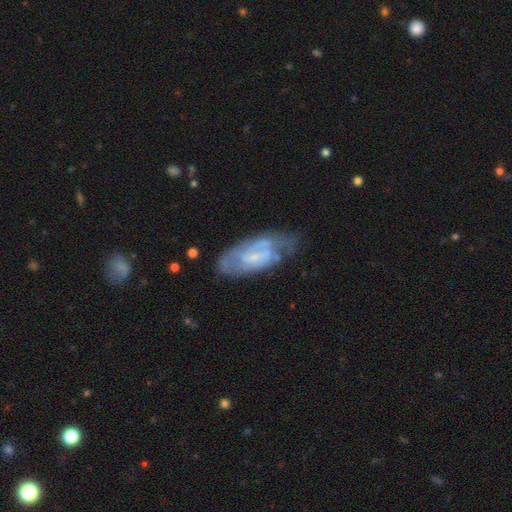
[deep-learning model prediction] A featured or disk galaxy (70%) with no bar (50%), spiral arms (69%) and a small central bulge (66%).

Vote fractions:
- Smooth or featured? featured or disk: 70% / smooth: 23% / star or artifact: 7%
- Edge-on disk? no: 92% / yes: 8%
- Bar? no: 50% / weak: 41% / strong: 9%
- Spiral arms? yes: 69% / no: 31%
- Bulge size? small: 66% / moderate: 17% / none: 15% / large: 2% / dominant: 1%
- Merging? none: 53% / minor disturbance: 28% / major disturbance: 15% / merger: 3%